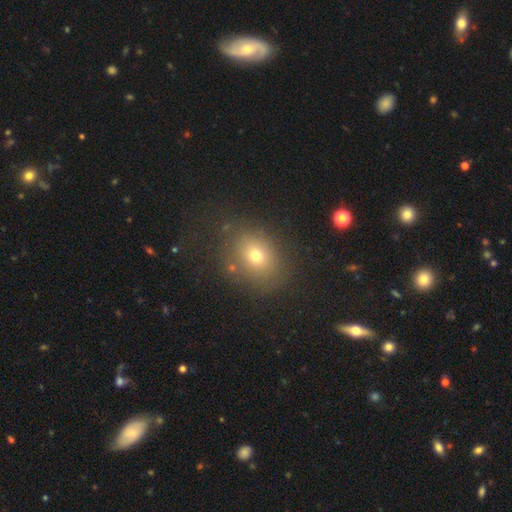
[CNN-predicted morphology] The model was most divided on "how rounded": round: 54%, in between: 45%, cigar-shaped: 1%. More confident: merging — none (79%); smooth or featured — smooth (70%).